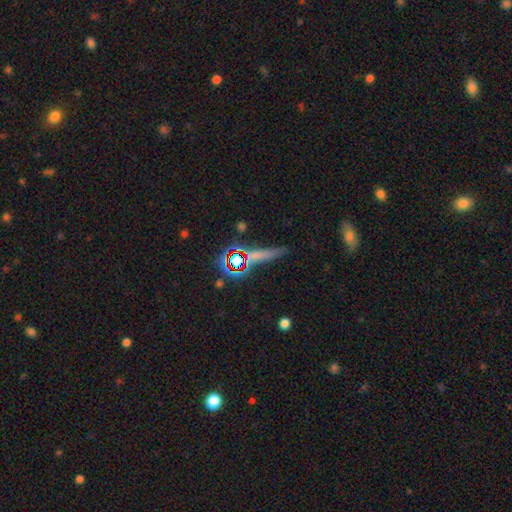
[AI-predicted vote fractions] A star or artifact, not a galaxy (42%).

Vote fractions:
- Smooth or featured? star or artifact: 42% / smooth: 36% / featured or disk: 22%